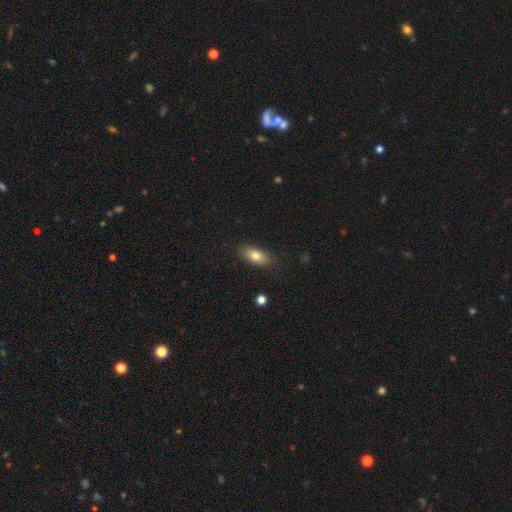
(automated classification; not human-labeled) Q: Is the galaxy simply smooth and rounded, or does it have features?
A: smooth — 78%.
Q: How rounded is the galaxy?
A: in between — 85%.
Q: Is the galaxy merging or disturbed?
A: none — 85%.